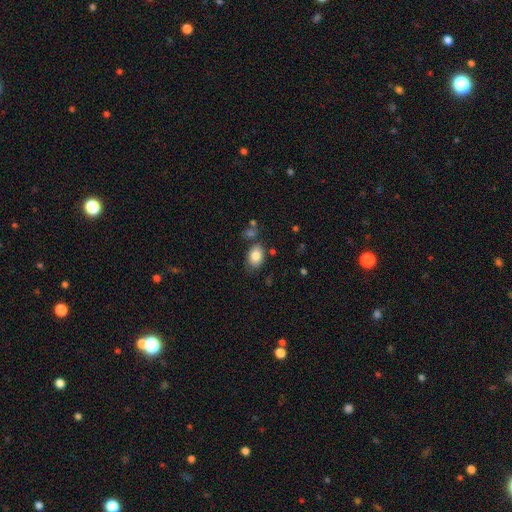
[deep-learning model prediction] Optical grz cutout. It shows a smooth galaxy with no disk features (84%) that is in between round and cigar-shaped (84%). Merging: none (72%).